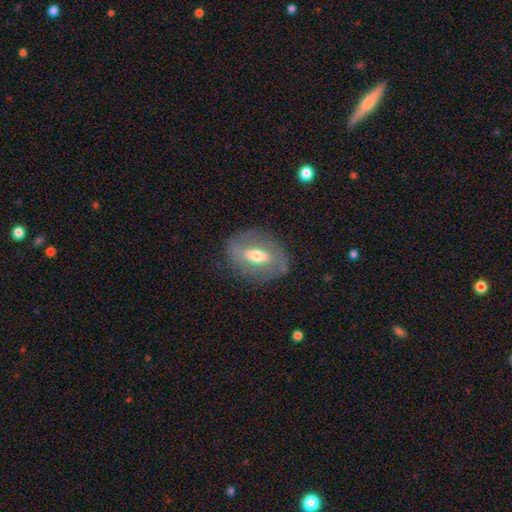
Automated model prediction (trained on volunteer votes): A featured or disk galaxy (55%).

Vote fractions:
- Smooth or featured? featured or disk: 55% / smooth: 38% / star or artifact: 7%
- Edge-on disk? no: 89% / yes: 11%
- Merging? none: 75% / minor disturbance: 16% / major disturbance: 7% / merger: 1%